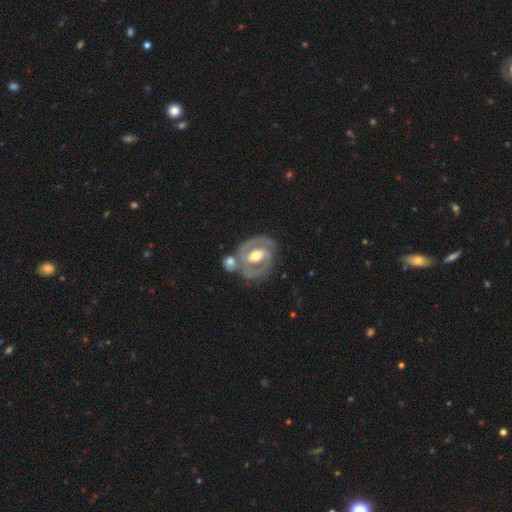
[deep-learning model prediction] Overall: featured or disk (86%). Edge-on disk: no (97%). Bar: weak (42%; strong 38%). Spiral arms: yes (92%). Spiral arm count: 2 (86%). Spiral winding: tight (56%; medium 37%). Bulge size: moderate (73%). Merging: none (61%).